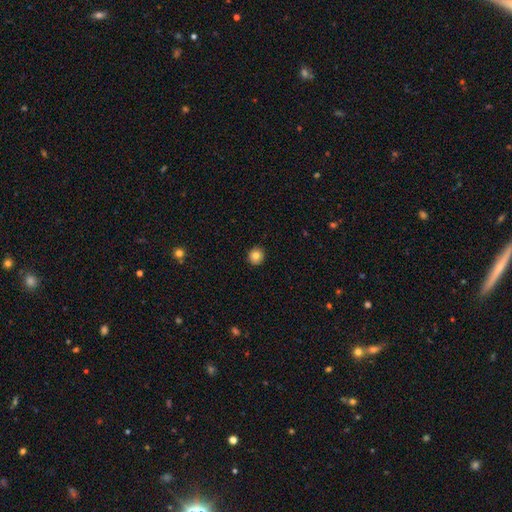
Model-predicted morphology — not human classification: Overall: smooth (82%). How rounded: round (93%). Merging: none (92%).